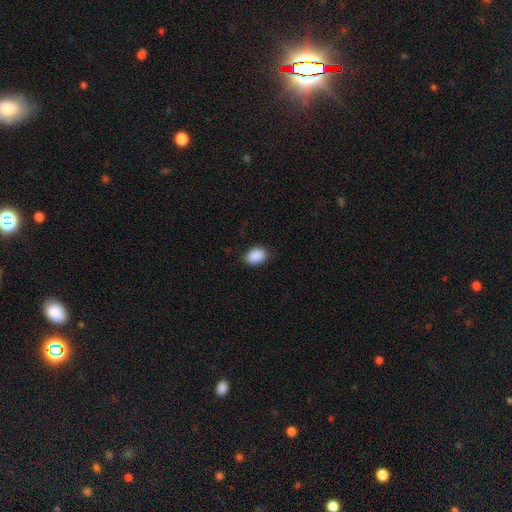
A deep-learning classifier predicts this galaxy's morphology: The model was most divided on "how rounded": in between: 73%, round: 26%, cigar-shaped: 1%. More confident: smooth or featured — smooth (90%); merging — none (85%).